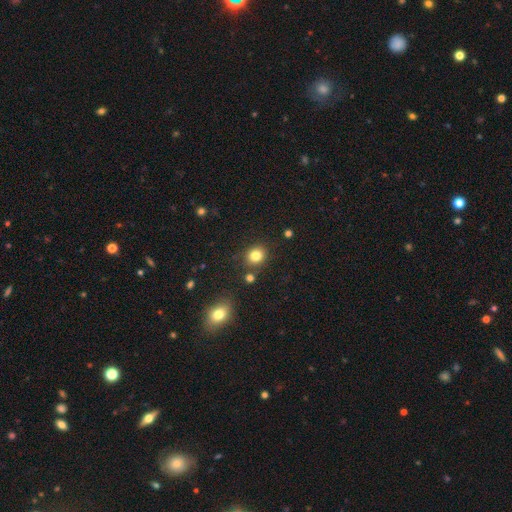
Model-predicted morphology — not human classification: Smooth or featured?
  - smooth: 83% *
  - star or artifact: 11%
  - featured or disk: 6%
How rounded?
  - round: 74% *
  - in between: 25%
  - cigar-shaped: 1%
Merging?
  - none: 83% *
  - minor disturbance: 9%
  - merger: 5%
  - major disturbance: 3%